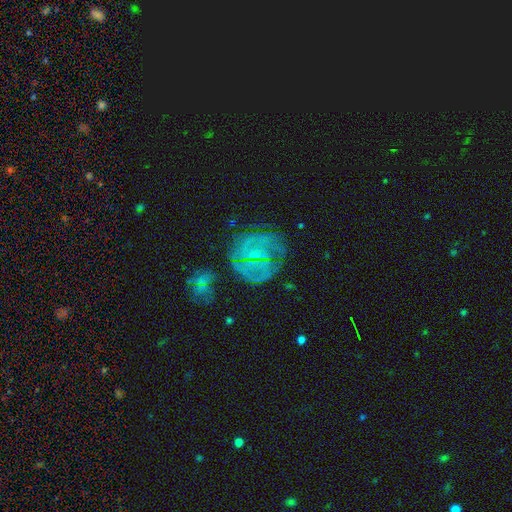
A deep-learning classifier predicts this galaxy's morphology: Smooth or featured? featured or disk (64%)
Edge-on disk? no (97%)
Bar? weak (44%, tied with no)
Spiral arms? yes (77%)
Bulge size? small (70%)
Merging? none (61%)